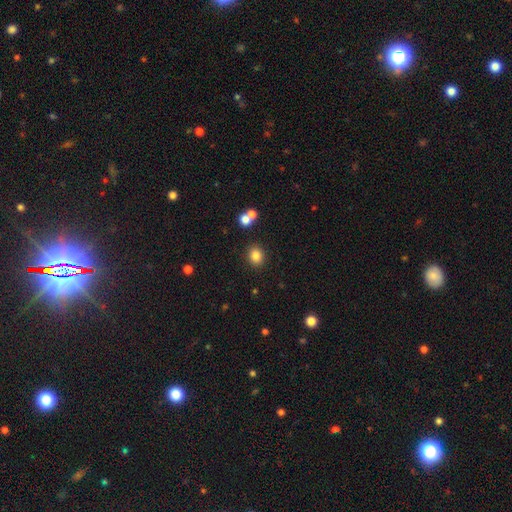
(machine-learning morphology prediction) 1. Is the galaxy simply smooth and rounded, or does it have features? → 82% smooth, 12% star or artifact, 6% featured or disk.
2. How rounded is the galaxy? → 69% round, 30% in between, 1% cigar-shaped.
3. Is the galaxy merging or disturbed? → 87% none, 7% minor disturbance, 4% merger, 2% major disturbance.